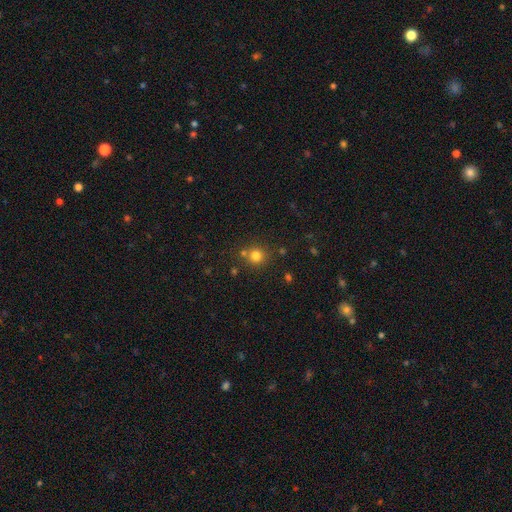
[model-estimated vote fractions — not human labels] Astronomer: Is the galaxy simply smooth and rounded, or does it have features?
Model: smooth — 78%.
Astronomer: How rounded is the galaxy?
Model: round — 92%.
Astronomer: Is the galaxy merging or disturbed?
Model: none — 76%.